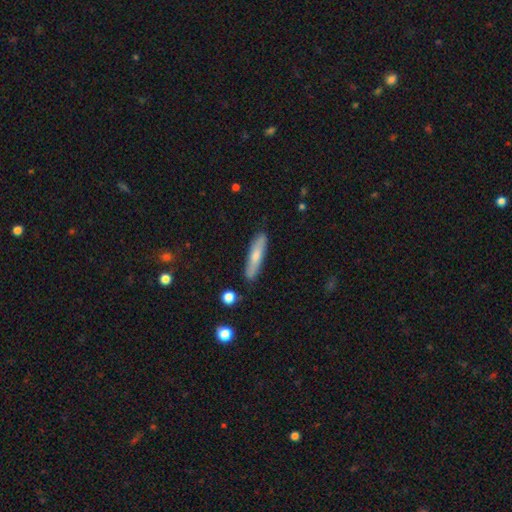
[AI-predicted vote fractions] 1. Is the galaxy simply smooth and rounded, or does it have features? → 61% smooth, 32% featured or disk, 6% star or artifact.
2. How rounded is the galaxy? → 84% cigar-shaped, 15% in between, 2% round.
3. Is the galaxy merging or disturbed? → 86% none, 10% minor disturbance, 2% major disturbance, 2% merger.